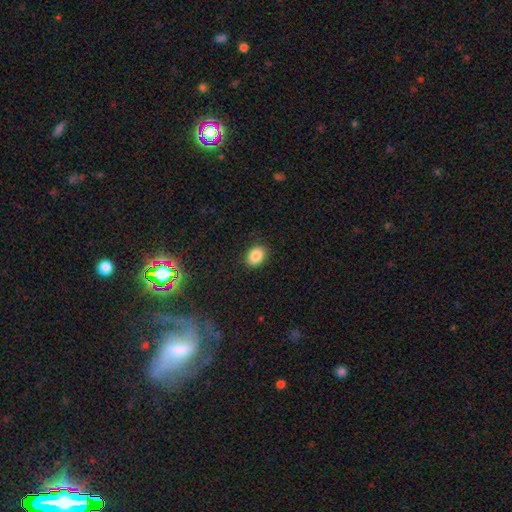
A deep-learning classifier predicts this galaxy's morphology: Smooth or featured? Predicted: smooth (p=0.87). How rounded? Predicted: in between (p=0.74). Merging? Predicted: none (p=0.88).